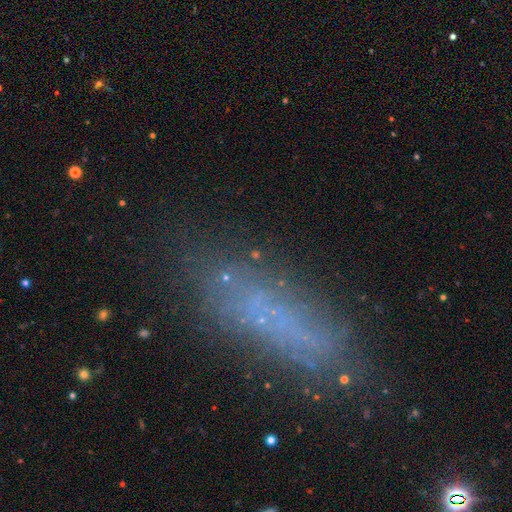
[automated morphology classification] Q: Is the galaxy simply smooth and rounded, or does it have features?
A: star or artifact — 39%.